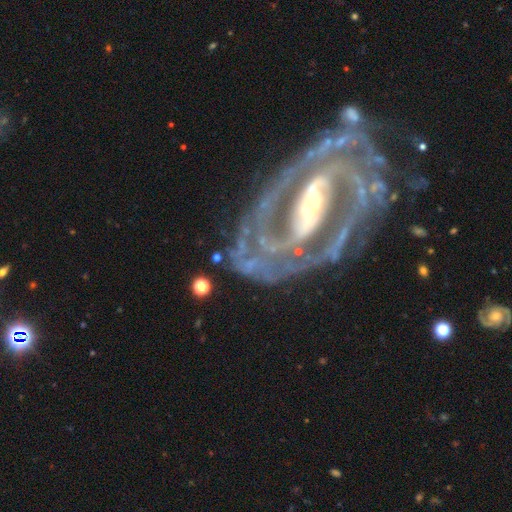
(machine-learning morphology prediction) Smooth or featured: featured or disk — 92% (star or artifact — 5%)
Edge-on disk: no — 95% (yes — 5%)
Bar: strong — 62% (weak — 25%)
Spiral arms: yes — 96% (no — 4%)
Spiral winding: tight — 60% (medium — 33%)
Spiral arm count: 2 — 66% (can't tell — 11%)
Bulge size: moderate — 48% (small — 39%)
Merging: none — 73% (minor disturbance — 16%)